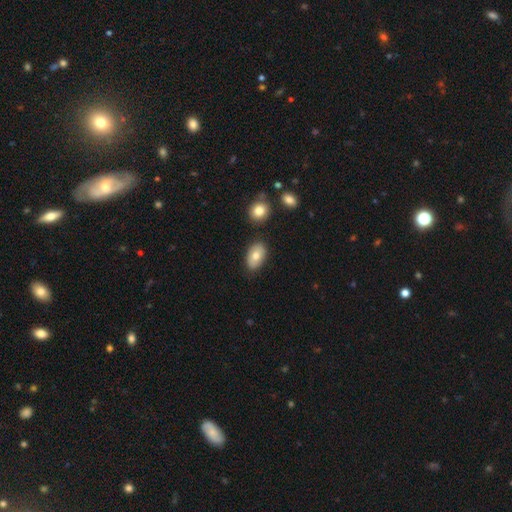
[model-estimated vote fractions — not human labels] Smooth or featured? smooth (74%)
How rounded? in between (90%)
Merging? none (79%)